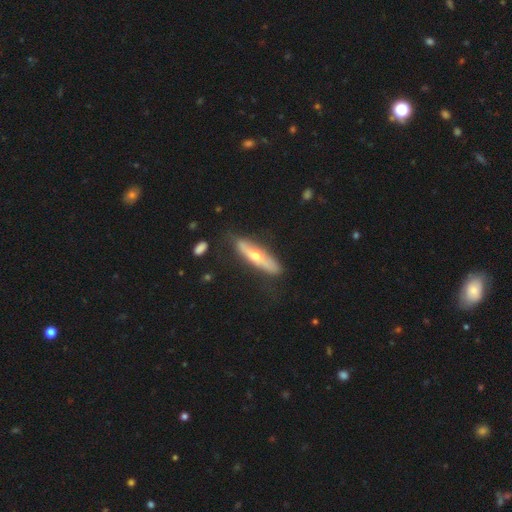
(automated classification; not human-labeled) smooth-or-featured: featured or disk: 59% | smooth: 36% | star or artifact: 5%
  disk-edge-on: yes: 73% | no: 27%
  merging: none: 75% | minor disturbance: 18% | major disturbance: 5% | merger: 2%